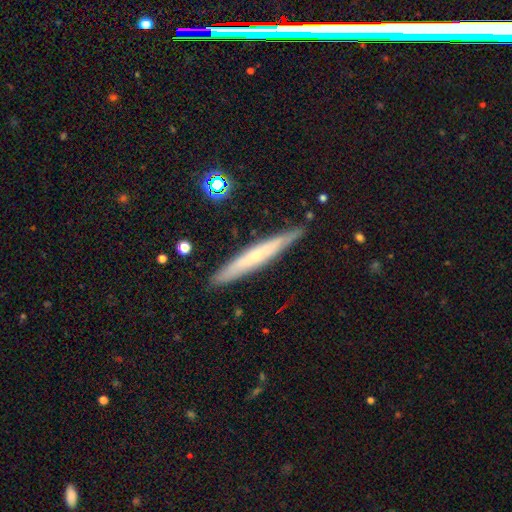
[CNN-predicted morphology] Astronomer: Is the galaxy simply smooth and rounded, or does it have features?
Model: featured or disk — 48% (runner-up: smooth, 45%).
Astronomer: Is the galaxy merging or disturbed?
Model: none — 86%.